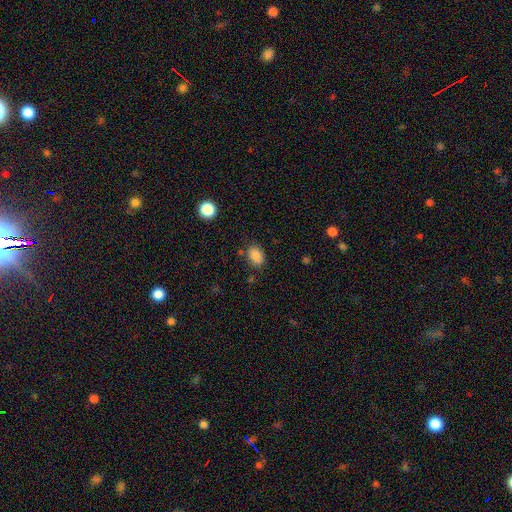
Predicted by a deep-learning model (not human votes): Smooth or featured: smooth — 86% (star or artifact — 10%)
How rounded: in between — 76% (round — 23%)
Merging: none — 77% (minor disturbance — 16%)